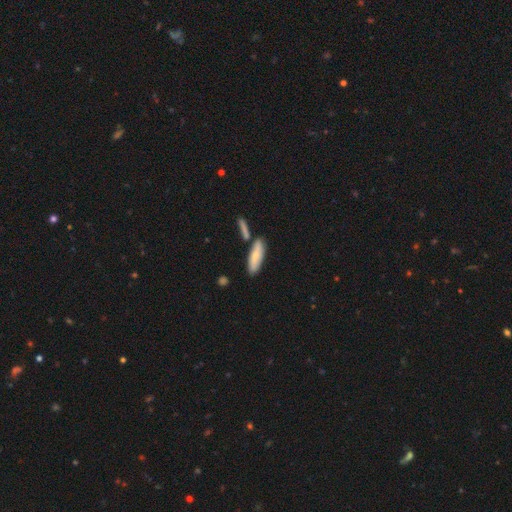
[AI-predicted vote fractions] smooth-or-featured: smooth: 66% | featured or disk: 28% | star or artifact: 6%
  how-rounded: in between: 54% | cigar-shaped: 44% | round: 2%
  merging: none: 69% | merger: 15% | minor disturbance: 13% | major disturbance: 3%